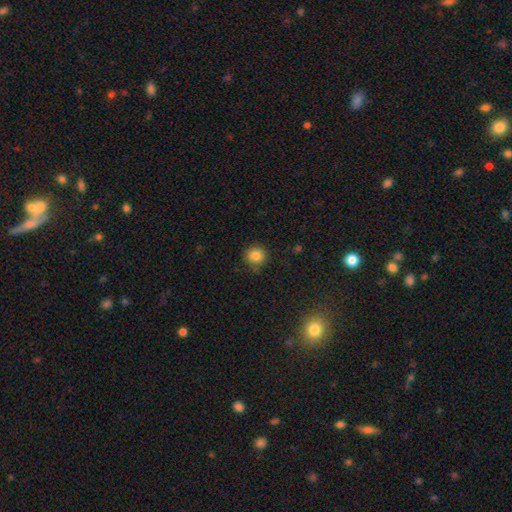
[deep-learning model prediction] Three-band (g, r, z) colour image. It shows a smooth galaxy with no disk features (84%) that is round (90%). Merging: none (86%).